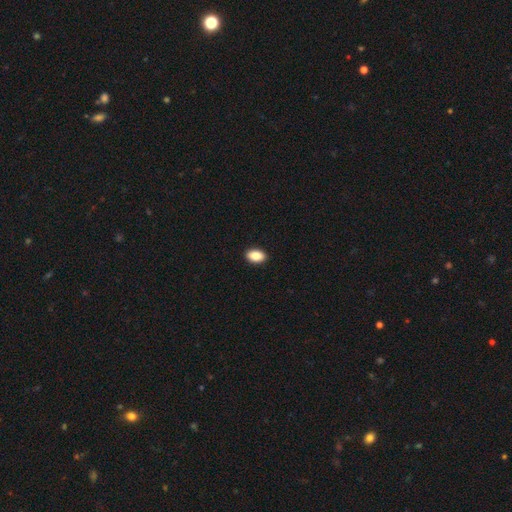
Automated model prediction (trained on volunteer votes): Q: Smooth or featured?
A: smooth (87%); runner-up: star or artifact (7%)
Q: How rounded?
A: in between (91%); runner-up: round (7%)
Q: Merging?
A: none (92%); runner-up: minor disturbance (6%)